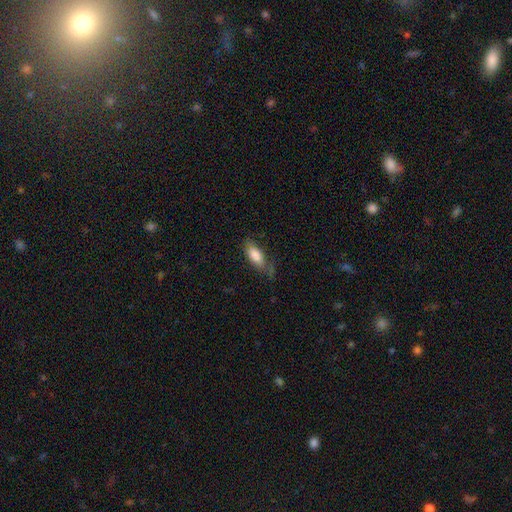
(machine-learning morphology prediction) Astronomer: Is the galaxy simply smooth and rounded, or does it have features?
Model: smooth — 80%.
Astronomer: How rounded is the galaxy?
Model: in between — 81%.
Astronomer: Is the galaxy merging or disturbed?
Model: none — 56%.